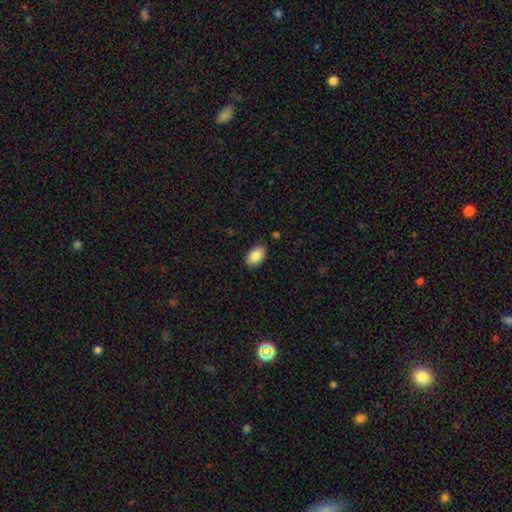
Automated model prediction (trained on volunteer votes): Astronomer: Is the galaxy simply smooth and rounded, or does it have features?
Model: smooth — 86%.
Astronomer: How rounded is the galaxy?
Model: in between — 91%.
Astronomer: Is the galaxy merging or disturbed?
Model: none — 85%.